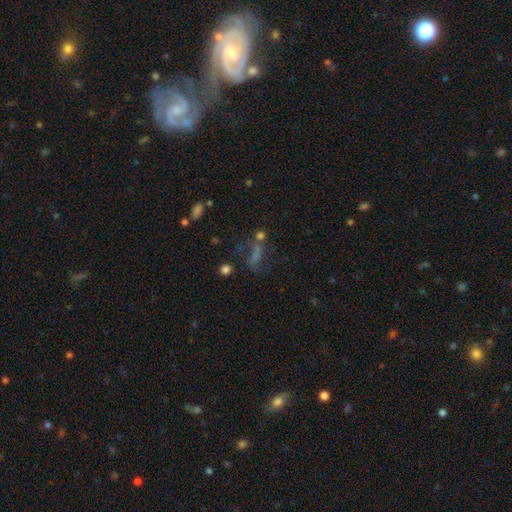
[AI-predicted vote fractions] featured or disk 37%, star or artifact 34%, smooth 29%. Down the decision tree: merging — none (45%).